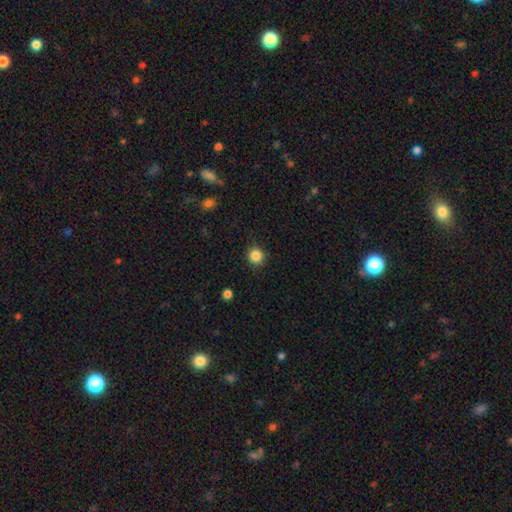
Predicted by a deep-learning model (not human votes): Smooth or featured? Predicted: smooth (p=0.86). How rounded? Predicted: round (p=0.91). Merging? Predicted: none (p=0.88).